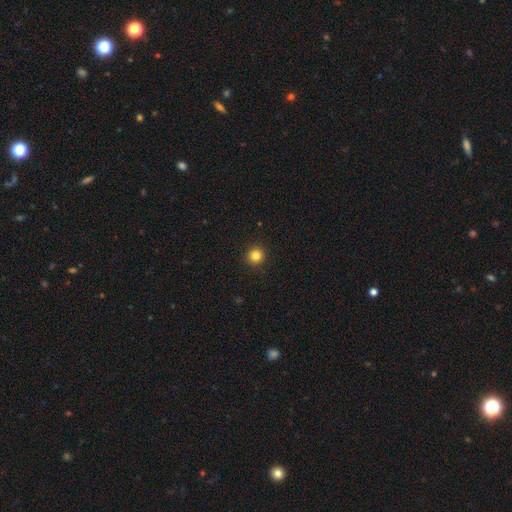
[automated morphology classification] Smooth or featured? smooth (83%)
How rounded? round (96%)
Merging? none (93%)